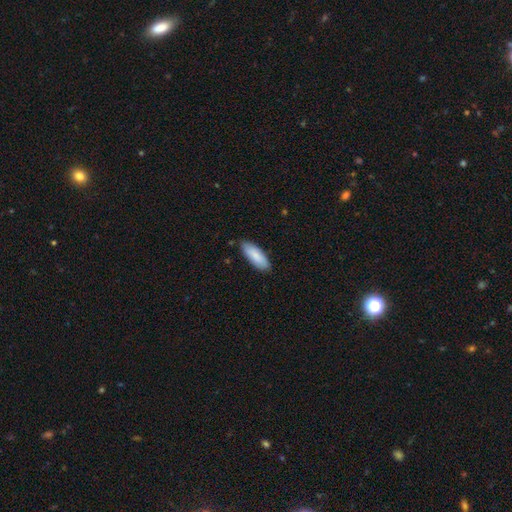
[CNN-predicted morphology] Smooth or featured? Predicted: smooth (p=0.86). How rounded? Predicted: in between (p=0.70). Merging? Predicted: none (p=0.84).